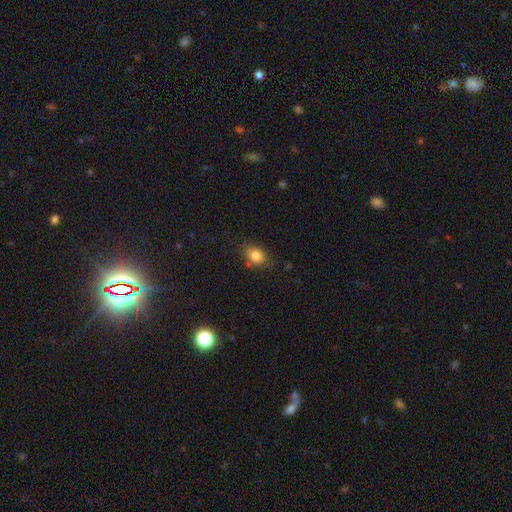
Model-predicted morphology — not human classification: Smooth or featured? Predicted: smooth (p=0.82). How rounded? Predicted: in between (p=0.64). Merging? Predicted: none (p=0.73).